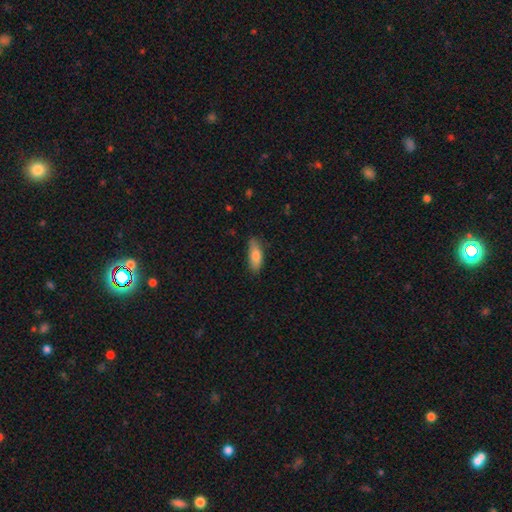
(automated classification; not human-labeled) The model was most divided on "how rounded": in between: 72%, cigar-shaped: 26%, round: 2%. More confident: smooth or featured — smooth (80%); merging — none (77%).